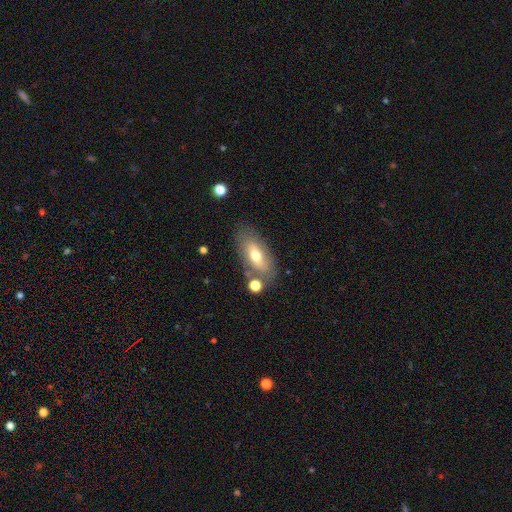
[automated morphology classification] Smooth or featured? smooth (61%)
How rounded? in between (82%)
Merging? none (71%)